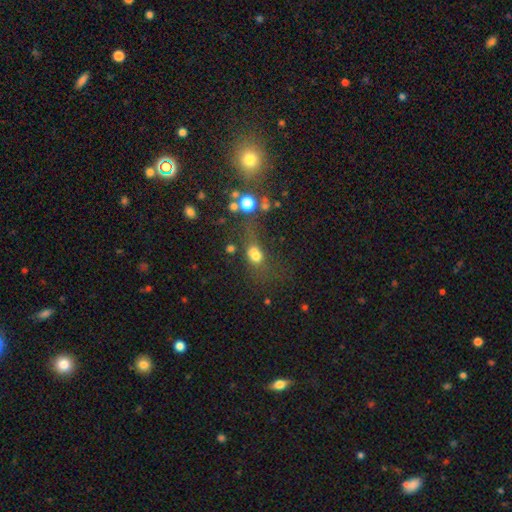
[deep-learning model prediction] smooth-or-featured: smooth: 65% | star or artifact: 20% | featured or disk: 15%
  how-rounded: round: 51% | in between: 45% | cigar-shaped: 5%
  merging: none: 34% | merger: 31% | major disturbance: 20% | minor disturbance: 15%